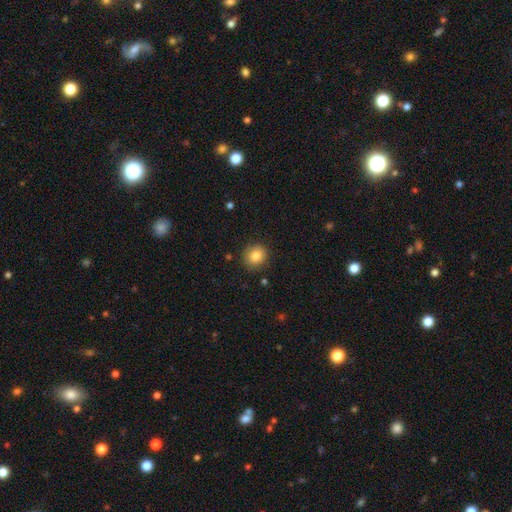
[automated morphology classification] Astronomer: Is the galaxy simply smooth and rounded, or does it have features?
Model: smooth — 84%.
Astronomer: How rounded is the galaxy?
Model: round — 77%.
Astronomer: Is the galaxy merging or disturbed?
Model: none — 84%.